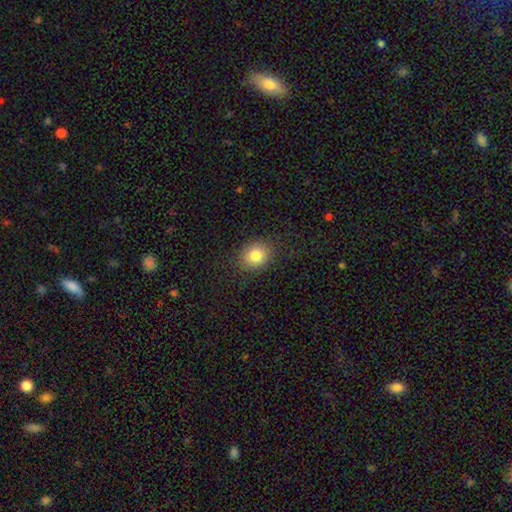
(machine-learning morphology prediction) type=smooth (82%); roundness=round (62%); merging=none (86%).